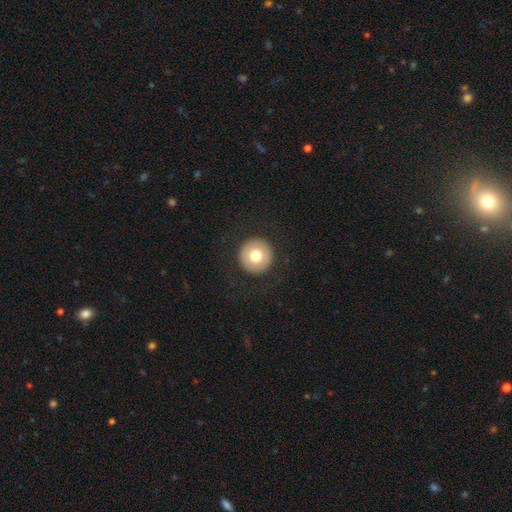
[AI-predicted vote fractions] A smooth galaxy with no disk features (73%) that is round (96%). Merging: none (92%).